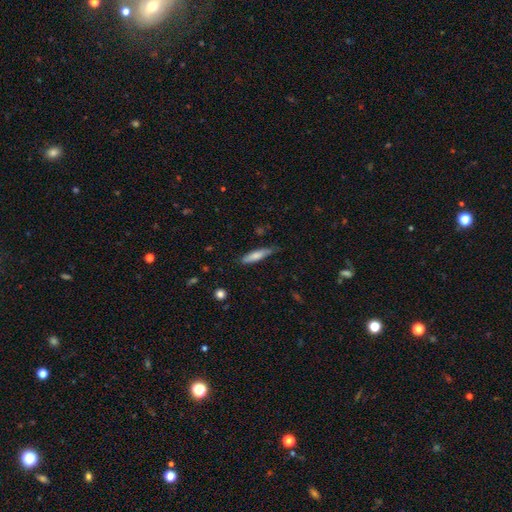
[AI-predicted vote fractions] Q: Smooth or featured?
A: smooth (72%); runner-up: featured or disk (22%)
Q: How rounded?
A: cigar-shaped (80%); runner-up: in between (19%)
Q: Merging?
A: none (69%); runner-up: minor disturbance (25%)